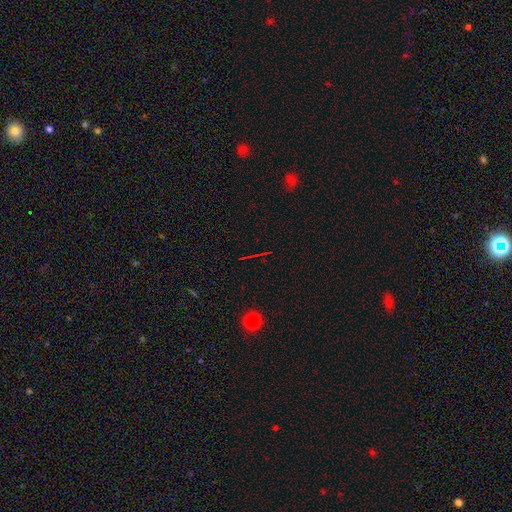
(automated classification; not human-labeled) Q: Smooth or featured?
A: star or artifact (69%); runner-up: smooth (16%)